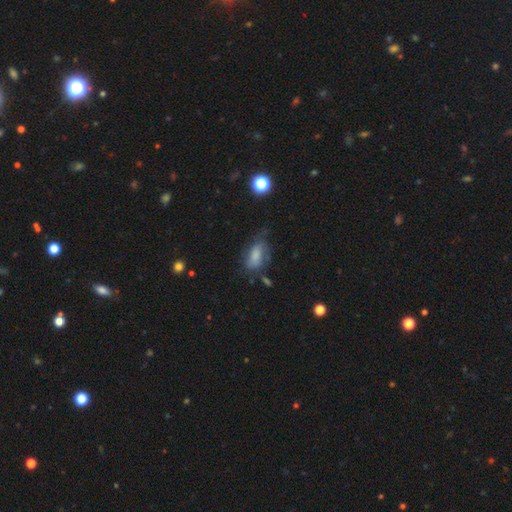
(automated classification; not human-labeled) smooth 71%, featured or disk 19%, star or artifact 10%. Down the decision tree: how rounded — in between (86%); merging — none (47%).